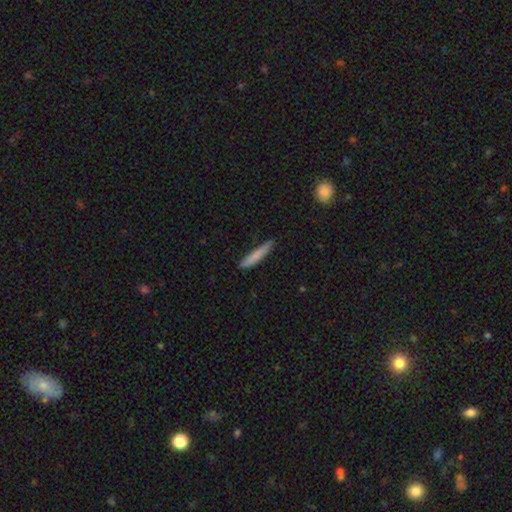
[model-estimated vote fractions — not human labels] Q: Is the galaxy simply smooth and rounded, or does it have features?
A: smooth — 78%.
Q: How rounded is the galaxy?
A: cigar-shaped — 93%.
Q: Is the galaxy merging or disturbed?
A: none — 77%.